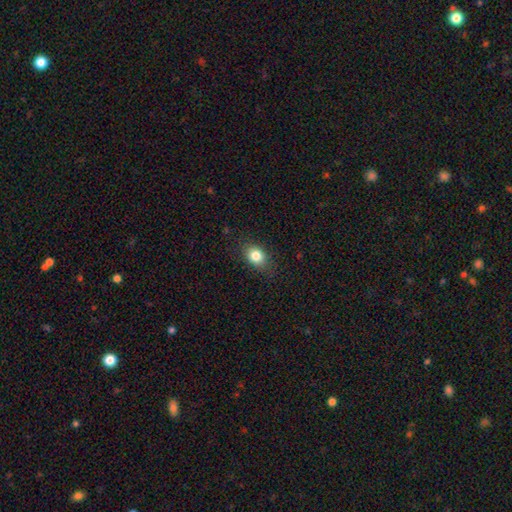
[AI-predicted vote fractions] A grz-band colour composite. It shows a smooth galaxy with no disk features (82%) that is in between round and cigar-shaped (59%). Merging: none (82%).